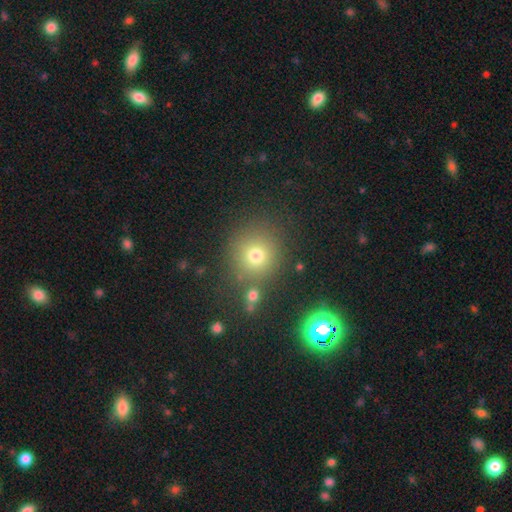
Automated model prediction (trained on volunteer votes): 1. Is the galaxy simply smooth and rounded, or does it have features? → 72% smooth, 18% star or artifact, 10% featured or disk.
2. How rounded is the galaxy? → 90% round, 9% in between, 1% cigar-shaped.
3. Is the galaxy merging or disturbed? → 80% none, 9% minor disturbance, 7% merger, 4% major disturbance.